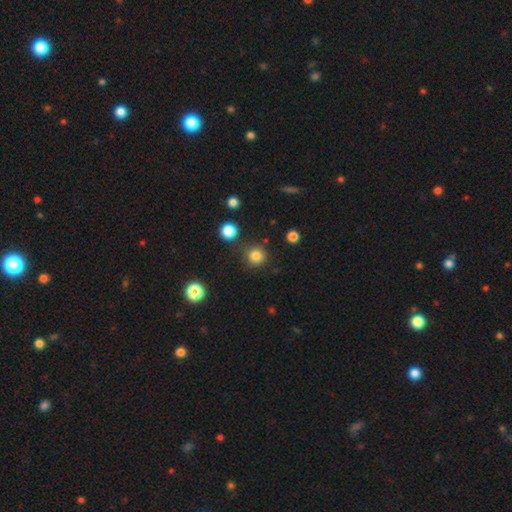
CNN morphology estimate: A smooth galaxy with no disk features (82%) that is round (94%).

Vote fractions:
- Smooth or featured? smooth: 82% / star or artifact: 13% / featured or disk: 5%
- How rounded? round: 94% / in between: 5% / cigar-shaped: 1%
- Merging? none: 84% / minor disturbance: 8% / merger: 4% / major disturbance: 3%